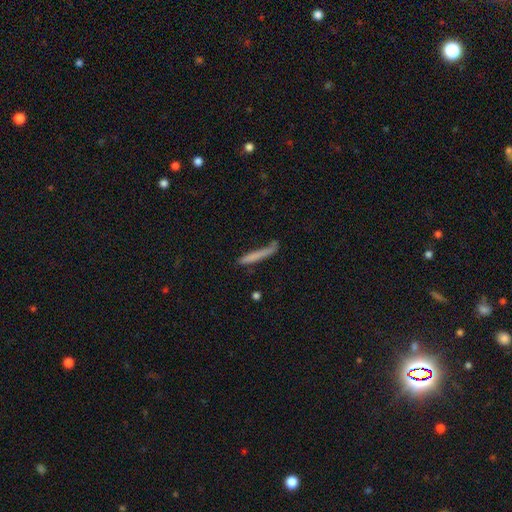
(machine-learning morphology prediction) smooth_or_featured: smooth (p=0.70) [alt: featured or disk p=0.22]
how_rounded: cigar-shaped (p=0.95) [alt: in between p=0.04]
merging: none (p=0.61) [alt: minor disturbance p=0.23]